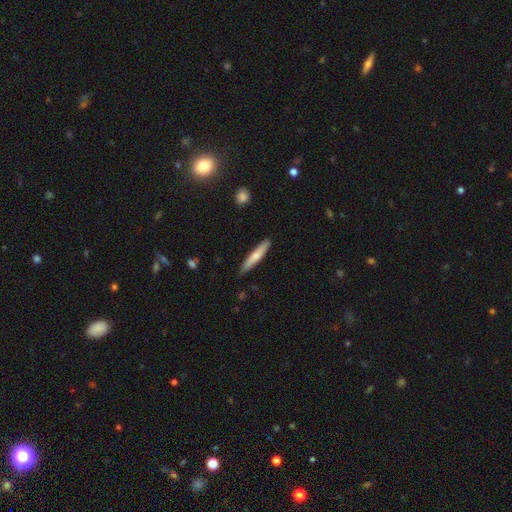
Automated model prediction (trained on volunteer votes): This appears to be a smooth galaxy with no disk features (64%) that is cigar-shaped (92%). Merging: none (88%).